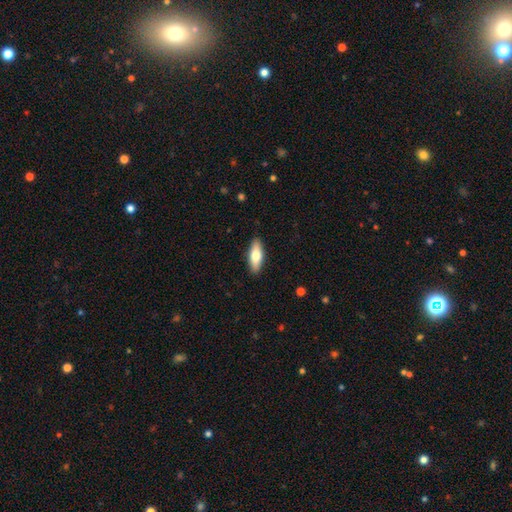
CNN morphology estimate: smooth_or_featured: smooth (p=0.71) [alt: featured or disk p=0.23]
how_rounded: in between (p=0.67) [alt: cigar-shaped p=0.30]
merging: none (p=0.89) [alt: minor disturbance p=0.08]